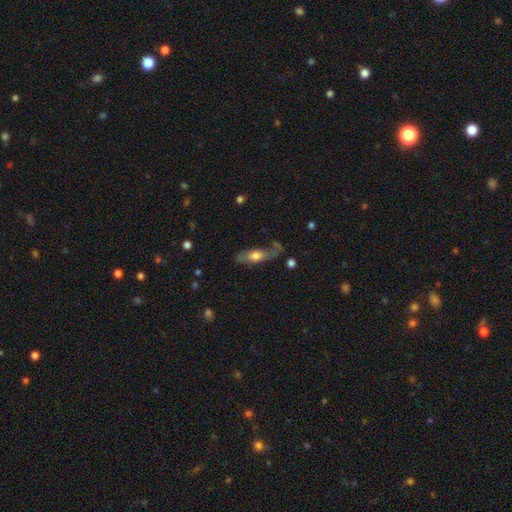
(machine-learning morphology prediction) Smooth or featured? Predicted: smooth (p=0.51). How rounded? Predicted: in between (p=0.66). Merging? Predicted: none (p=0.49).